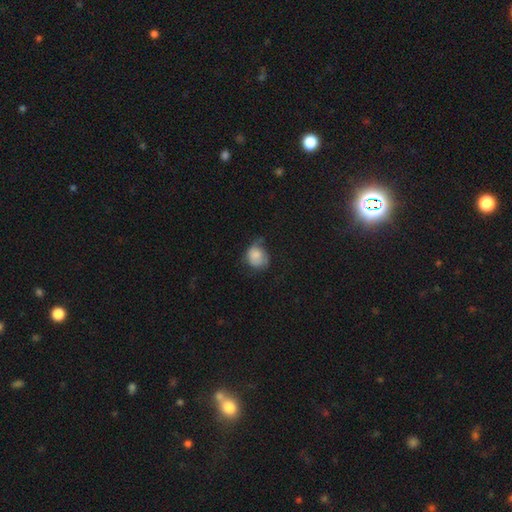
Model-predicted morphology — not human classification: type=smooth (80%); roundness=round (61%); merging=none (41%).